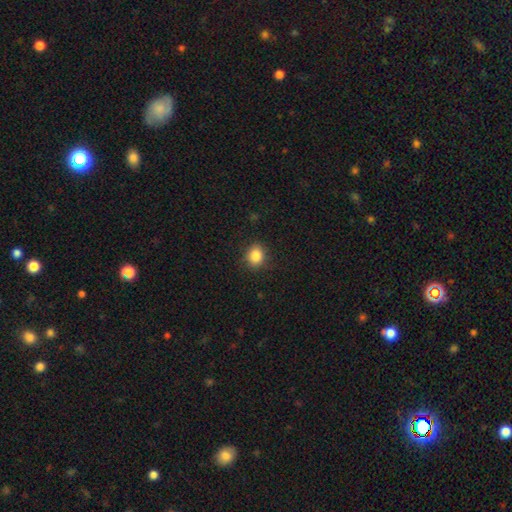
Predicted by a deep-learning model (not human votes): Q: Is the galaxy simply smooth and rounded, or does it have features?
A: smooth — 85%.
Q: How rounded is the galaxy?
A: round — 66%.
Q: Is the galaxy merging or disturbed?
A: none — 87%.